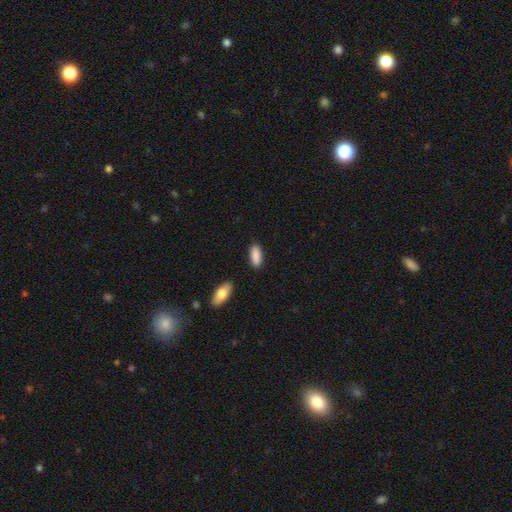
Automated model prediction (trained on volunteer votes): smooth_or_featured: smooth (p=0.89) [alt: star or artifact p=0.06]
how_rounded: in between (p=0.76) [alt: cigar-shaped p=0.22]
merging: none (p=0.87) [alt: minor disturbance p=0.09]